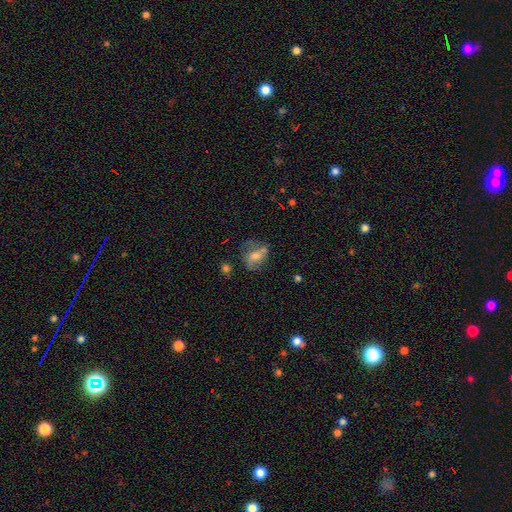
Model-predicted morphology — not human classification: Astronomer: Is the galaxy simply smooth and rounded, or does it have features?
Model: smooth — 52% (runner-up: featured or disk, 38%).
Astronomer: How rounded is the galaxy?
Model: in between — 62%.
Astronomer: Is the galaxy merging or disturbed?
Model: none — 46% (runner-up: minor disturbance, 24%).